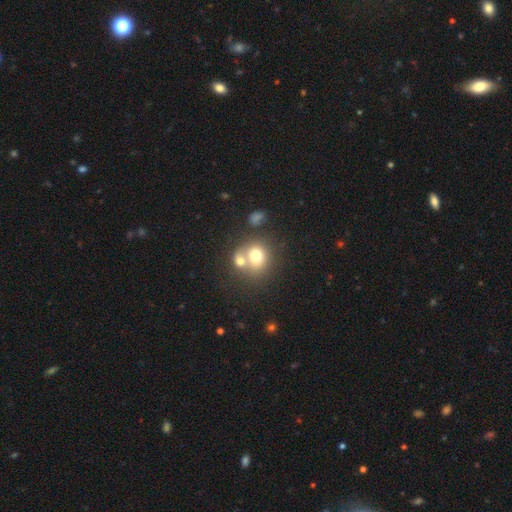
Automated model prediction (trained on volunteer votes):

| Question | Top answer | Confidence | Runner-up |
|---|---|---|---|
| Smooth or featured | smooth | 71% | featured or disk (18%) |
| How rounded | round | 73% | in between (26%) |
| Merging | merger | 53% | none (35%) |